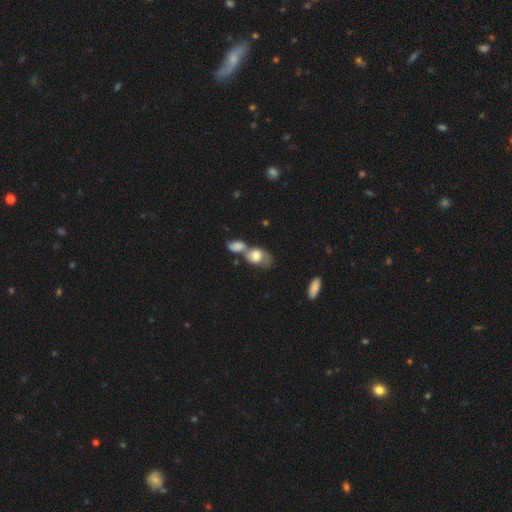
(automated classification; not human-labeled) A smooth galaxy with no disk features (69%) that is in between round and cigar-shaped (72%).

Vote fractions:
- Smooth or featured? smooth: 69% / featured or disk: 23% / star or artifact: 8%
- How rounded? in between: 72% / round: 26% / cigar-shaped: 3%
- Merging? merger: 56% / none: 21% / minor disturbance: 13% / major disturbance: 11%